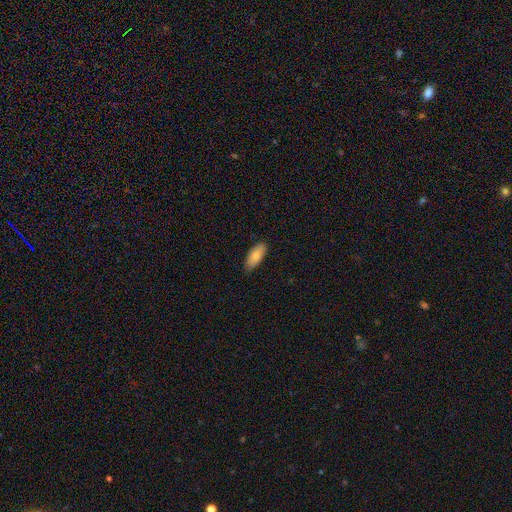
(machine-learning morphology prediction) This appears to be a smooth galaxy with no disk features (81%) that is in between round and cigar-shaped (85%). Merging: none (83%).